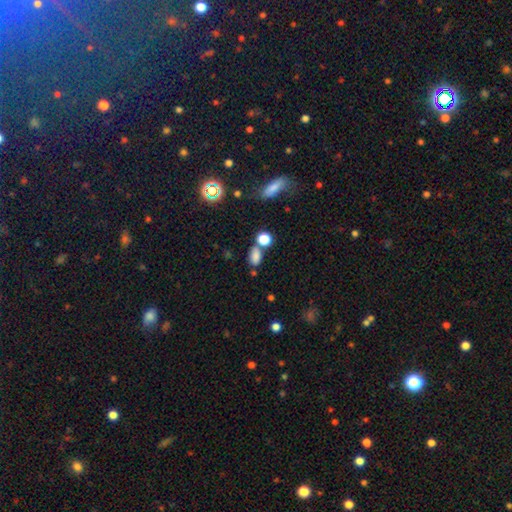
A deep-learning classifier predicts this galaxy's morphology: The model was most divided on "merging": none: 55%, merger: 25%, minor disturbance: 15%, major disturbance: 6%. More confident: how rounded — in between (79%); smooth or featured — smooth (78%).